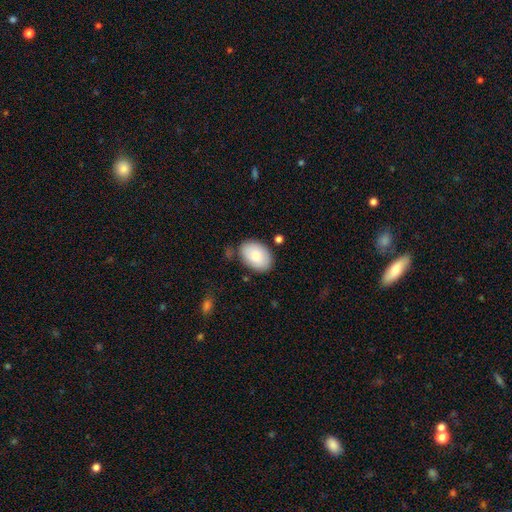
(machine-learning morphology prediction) This is likely a smooth galaxy (80%). How rounded: clearly in between (85%). Merging: clearly none (81%).